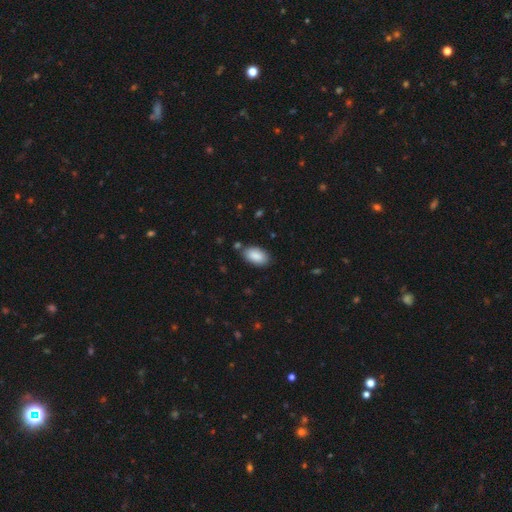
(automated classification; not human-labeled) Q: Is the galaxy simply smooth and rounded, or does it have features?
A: smooth — 89%.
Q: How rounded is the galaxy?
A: in between — 95%.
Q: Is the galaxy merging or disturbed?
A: none — 81%.